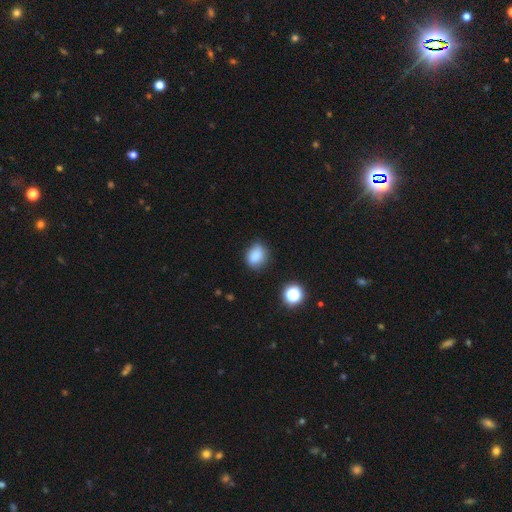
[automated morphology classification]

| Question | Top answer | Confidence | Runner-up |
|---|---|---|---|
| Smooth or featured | smooth | 84% | star or artifact (11%) |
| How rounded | in between | 52% | round (47%) |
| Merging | none | 73% | minor disturbance (21%) |